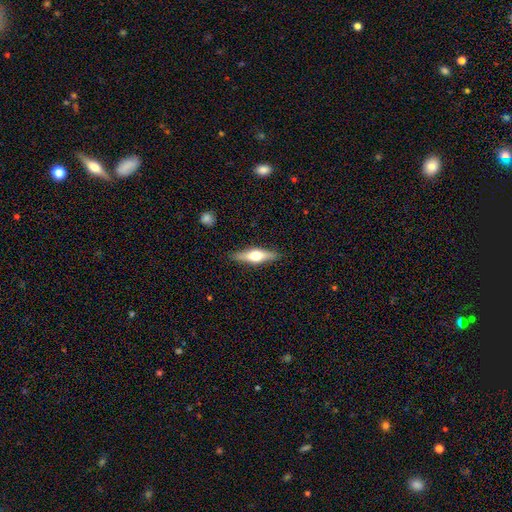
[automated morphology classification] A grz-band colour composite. It shows a featured or disk galaxy (52%) viewed edge-on (92%). Merging: none (88%).